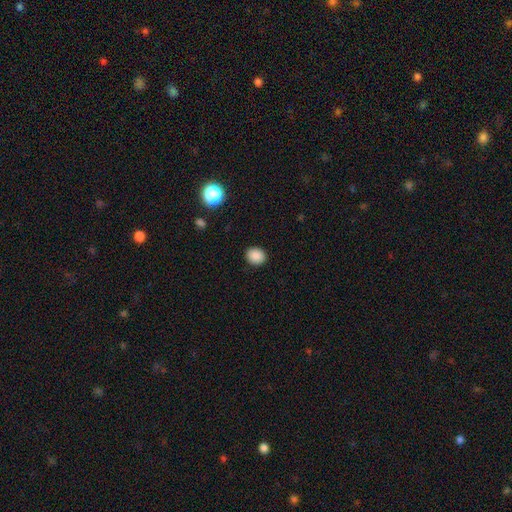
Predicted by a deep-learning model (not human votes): A smooth galaxy with no disk features (88%) that is round (62%).

Vote fractions:
- Smooth or featured? smooth: 88% / star or artifact: 10% / featured or disk: 3%
- How rounded? round: 62% / in between: 37% / cigar-shaped: 1%
- Merging? none: 90% / minor disturbance: 7% / major disturbance: 2% / merger: 1%